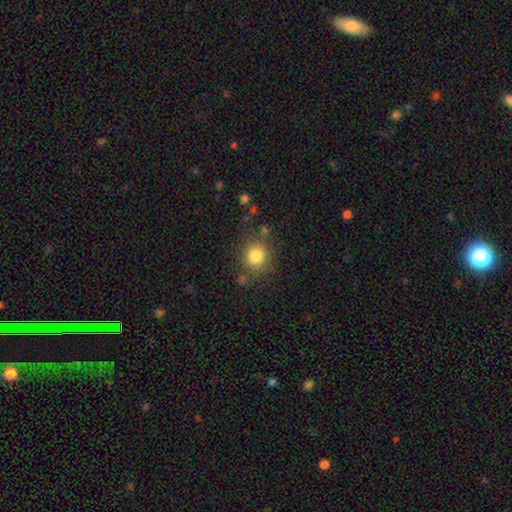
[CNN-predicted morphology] smooth 82%, star or artifact 11%, featured or disk 7%. Down the decision tree: how rounded — round (83%); merging — none (79%).